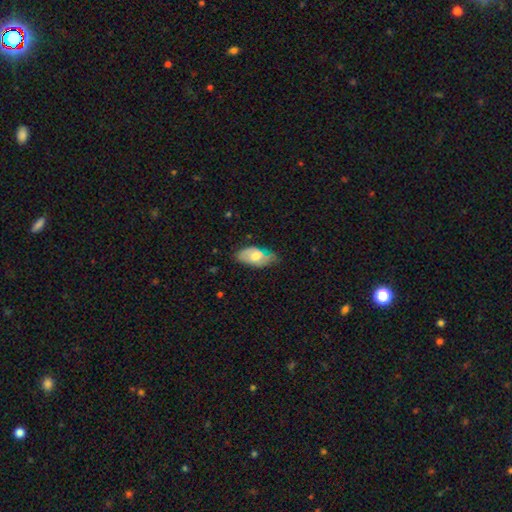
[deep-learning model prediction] This appears to be a smooth galaxy with no disk features (54%) that is in between round and cigar-shaped (92%). Merging: none (56%).